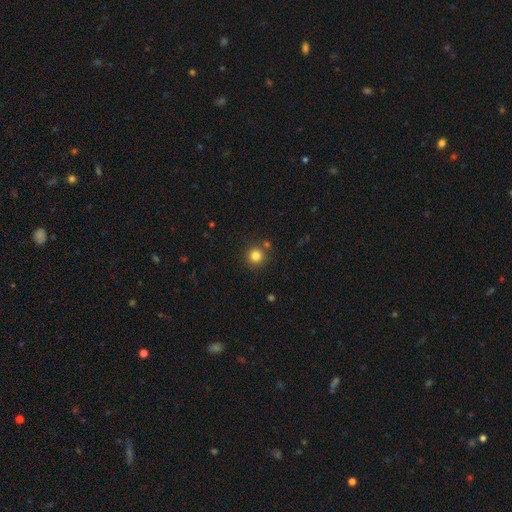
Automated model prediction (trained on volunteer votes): Smooth or featured? Predicted: smooth (p=0.82). How rounded? Predicted: round (p=0.94). Merging? Predicted: none (p=0.82).